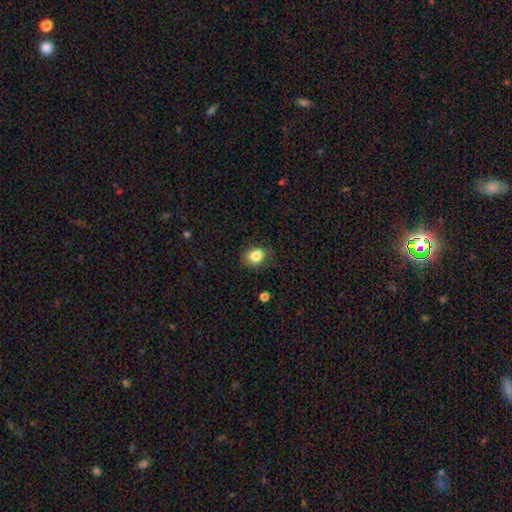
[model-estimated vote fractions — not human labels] smooth-or-featured: smooth: 84% | star or artifact: 10% | featured or disk: 6%
  how-rounded: round: 63% | in between: 36% | cigar-shaped: 1%
  merging: none: 79% | minor disturbance: 16% | major disturbance: 4% | merger: 1%